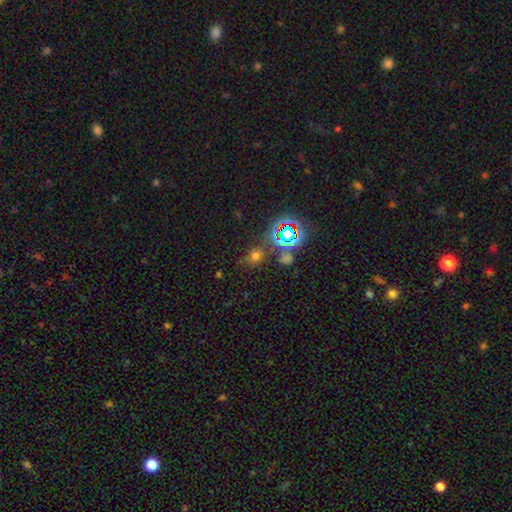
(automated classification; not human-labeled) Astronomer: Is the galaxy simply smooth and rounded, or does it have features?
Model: smooth — 57% (runner-up: star or artifact, 36%).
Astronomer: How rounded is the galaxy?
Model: round — 77%.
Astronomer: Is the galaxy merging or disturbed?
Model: none — 74%.